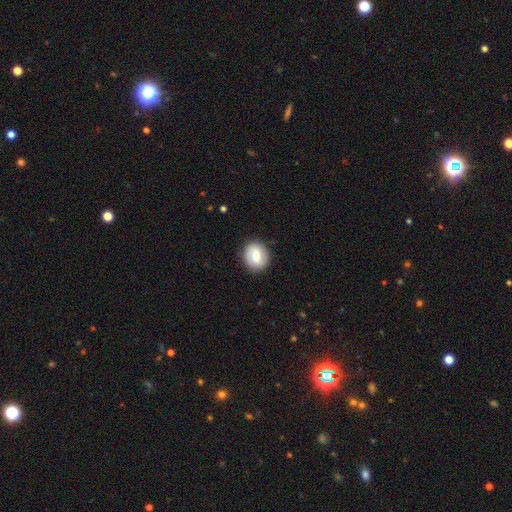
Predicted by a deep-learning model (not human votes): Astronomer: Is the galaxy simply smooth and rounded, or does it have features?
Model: smooth — 70%.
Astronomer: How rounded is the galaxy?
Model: round — 66%.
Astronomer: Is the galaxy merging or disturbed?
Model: none — 86%.